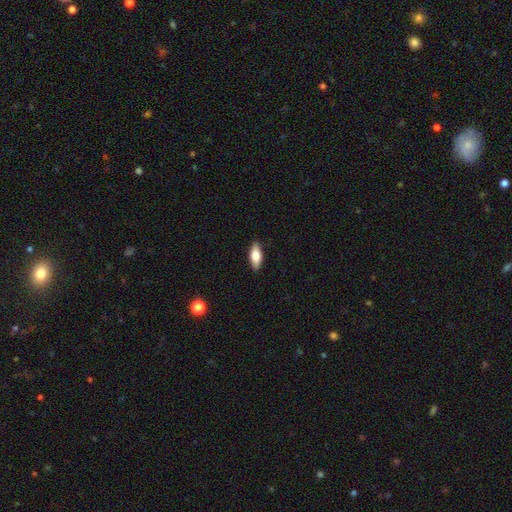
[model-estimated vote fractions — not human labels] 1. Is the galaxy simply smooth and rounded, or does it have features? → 75% smooth, 19% featured or disk, 6% star or artifact.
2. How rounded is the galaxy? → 80% in between, 17% cigar-shaped, 3% round.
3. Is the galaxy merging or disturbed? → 88% none, 9% minor disturbance, 2% major disturbance, 1% merger.